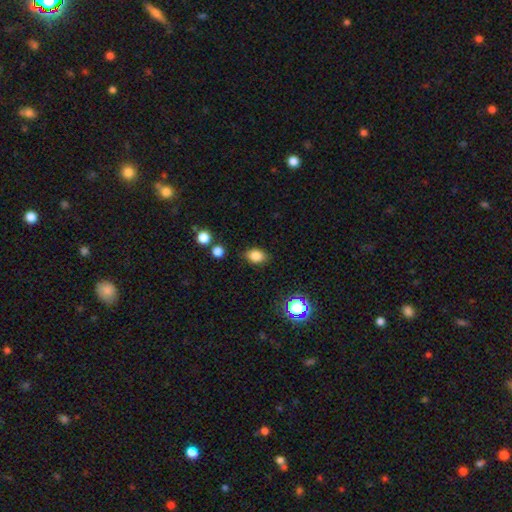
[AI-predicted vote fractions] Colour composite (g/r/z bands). It shows a smooth galaxy with no disk features (83%) that is in between round and cigar-shaped (71%). Merging: none (82%).